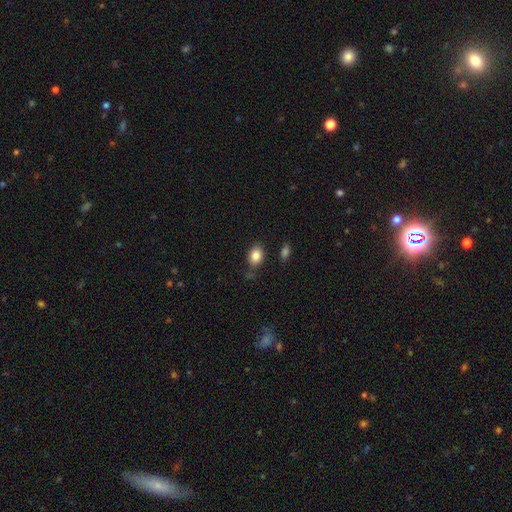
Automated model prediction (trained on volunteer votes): Morphology: type=smooth (86%); roundness=in between (69%); merging=none (77%).